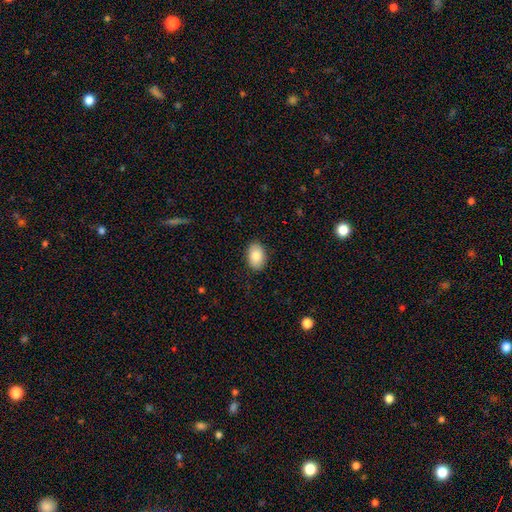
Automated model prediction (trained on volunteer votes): smooth 84%, featured or disk 10%, star or artifact 7%. Down the decision tree: how rounded — in between (86%); merging — none (88%).